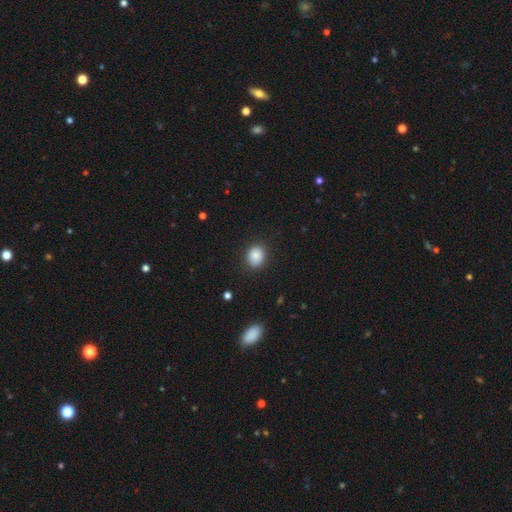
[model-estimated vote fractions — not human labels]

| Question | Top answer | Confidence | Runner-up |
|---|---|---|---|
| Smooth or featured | smooth | 85% | star or artifact (9%) |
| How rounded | round | 62% | in between (37%) |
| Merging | none | 87% | minor disturbance (9%) |